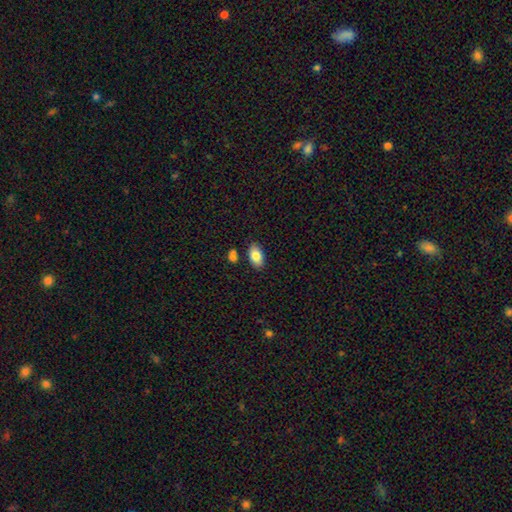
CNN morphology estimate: This appears to be a smooth galaxy with no disk features (83%) that is in between round and cigar-shaped (93%). Merging: none (82%).